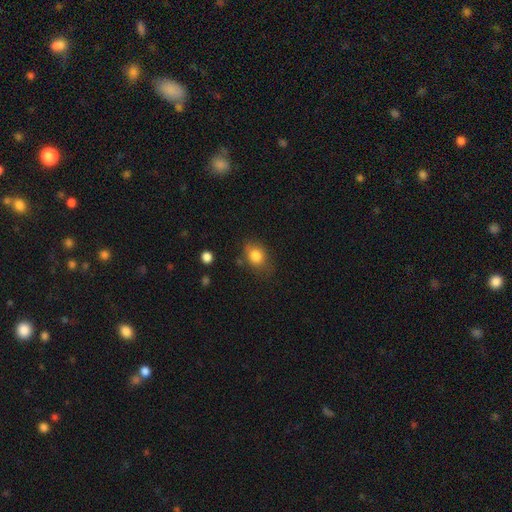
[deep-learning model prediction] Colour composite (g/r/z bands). It shows a smooth galaxy with no disk features (82%) that is in between round and cigar-shaped (62%). Merging: none (66%).